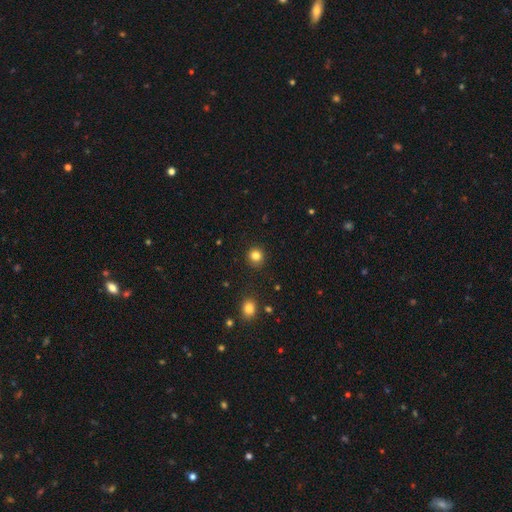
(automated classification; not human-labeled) Smooth or featured? Predicted: smooth (p=0.83). How rounded? Predicted: round (p=0.91). Merging? Predicted: none (p=0.91).